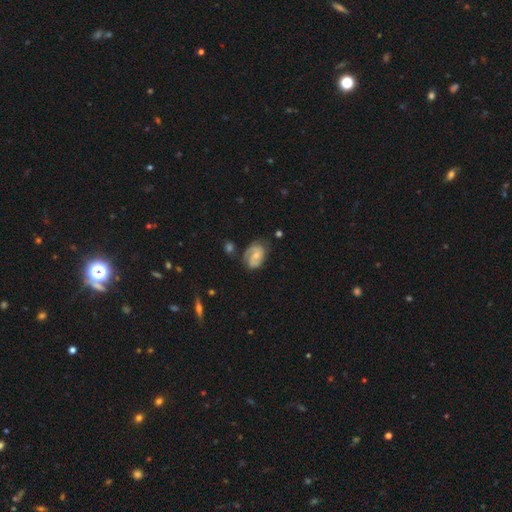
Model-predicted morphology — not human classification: The model was most divided on "spiral winding": tight: 47%, medium: 38%, loose: 15%. More confident: edge-on disk — no (97%); spiral arms — yes (89%); smooth or featured — featured or disk (68%); bar — no (64%); merging — none (57%); spiral arm count — 2 (55%); bulge size — small (51%).